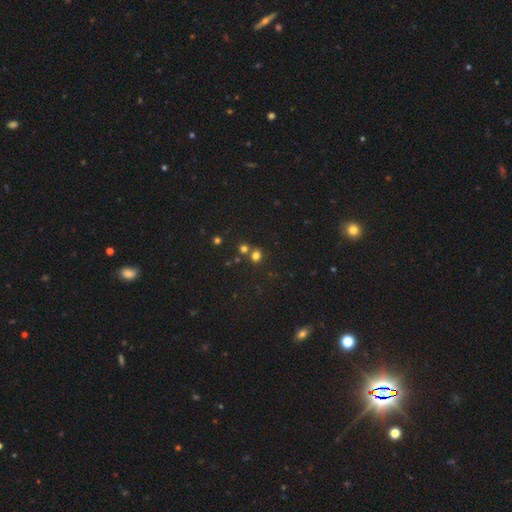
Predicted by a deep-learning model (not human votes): A smooth galaxy with no disk features (72%) that is round (73%).

Vote fractions:
- Smooth or featured? smooth: 72% / star or artifact: 22% / featured or disk: 7%
- How rounded? round: 73% / in between: 26% / cigar-shaped: 1%
- Merging? none: 64% / merger: 25% / minor disturbance: 8% / major disturbance: 3%